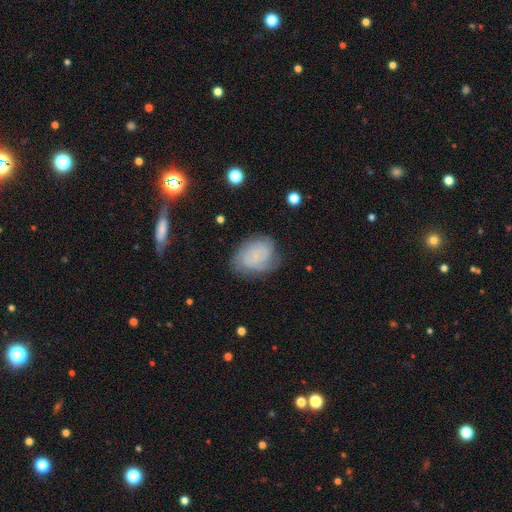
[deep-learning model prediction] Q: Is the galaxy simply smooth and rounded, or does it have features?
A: featured or disk — 52%.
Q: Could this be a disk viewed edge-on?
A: no — 97%.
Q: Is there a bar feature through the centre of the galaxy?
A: no — 75%.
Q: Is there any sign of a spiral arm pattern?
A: yes — 86%.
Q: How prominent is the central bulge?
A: small — 50%.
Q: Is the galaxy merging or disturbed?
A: none — 65%.